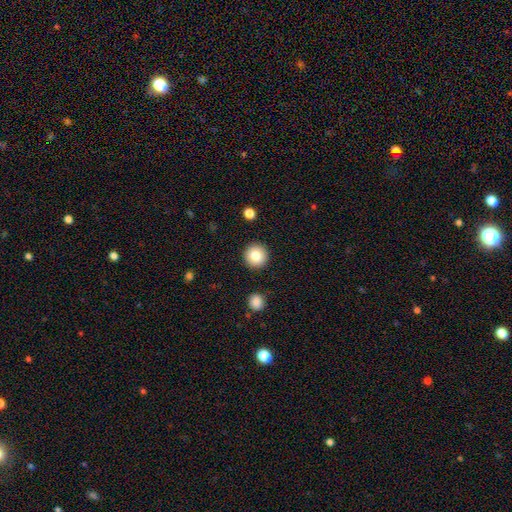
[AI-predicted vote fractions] This appears to be a smooth galaxy with no disk features (83%) that is round (95%). Merging: none (91%).